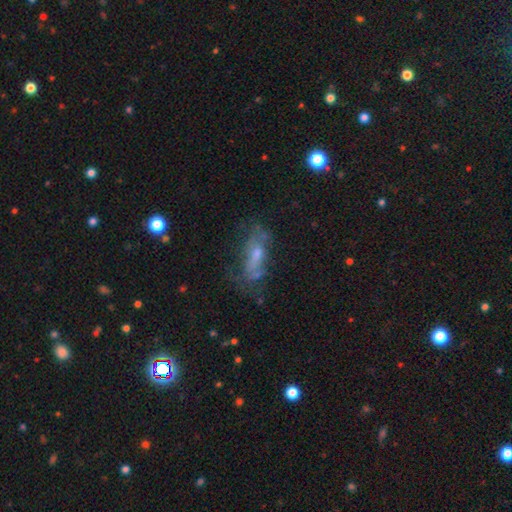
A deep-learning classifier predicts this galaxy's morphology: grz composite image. It shows a featured or disk galaxy (53%). Merging: none (50%).